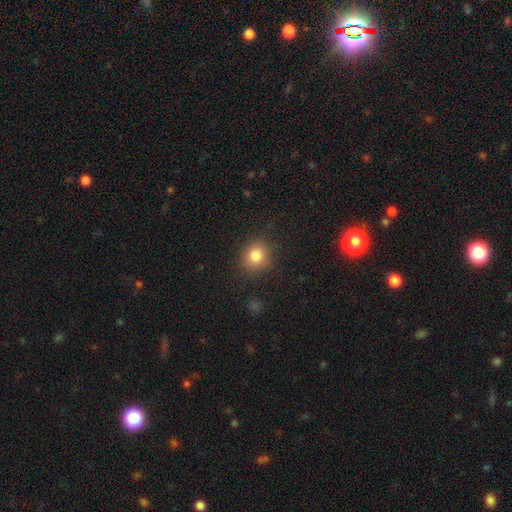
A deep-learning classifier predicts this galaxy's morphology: This appears to be a smooth galaxy with no disk features (82%) that is round (81%). Merging: none (85%).